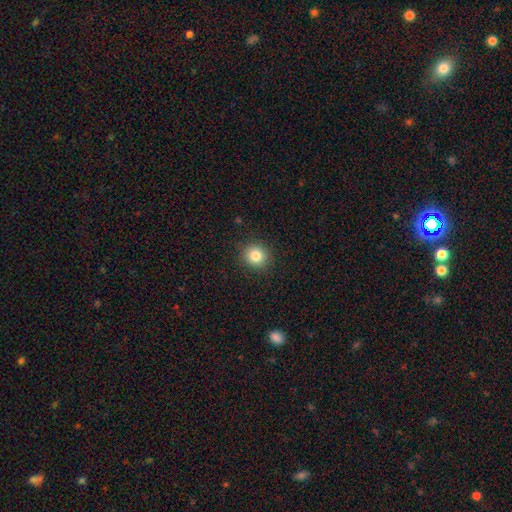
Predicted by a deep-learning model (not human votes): Q: Smooth or featured?
A: smooth (82%); runner-up: star or artifact (11%)
Q: How rounded?
A: round (91%); runner-up: in between (9%)
Q: Merging?
A: none (91%); runner-up: minor disturbance (6%)